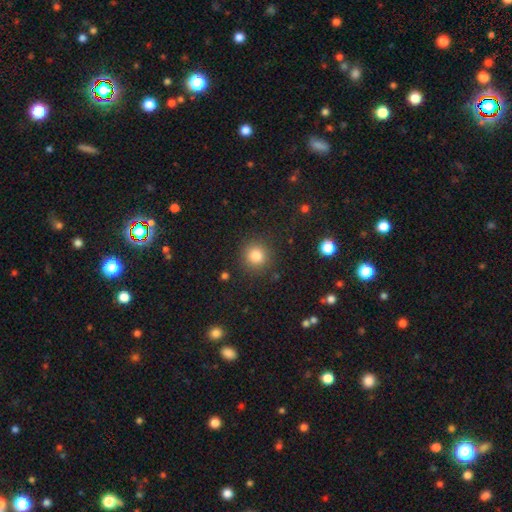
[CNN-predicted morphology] smooth-or-featured: smooth: 82% | star or artifact: 12% | featured or disk: 6%
  how-rounded: round: 93% | in between: 6% | cigar-shaped: 1%
  merging: none: 89% | minor disturbance: 7% | major disturbance: 3% | merger: 2%